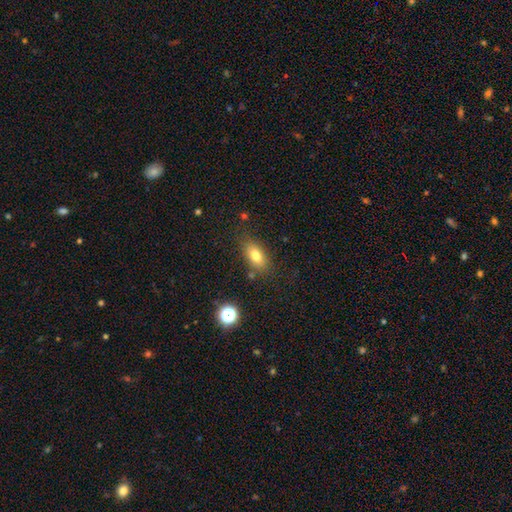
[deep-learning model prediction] The model was most divided on "smooth or featured": smooth: 77%, featured or disk: 12%, star or artifact: 11%. More confident: how rounded — in between (84%); merging — none (79%).